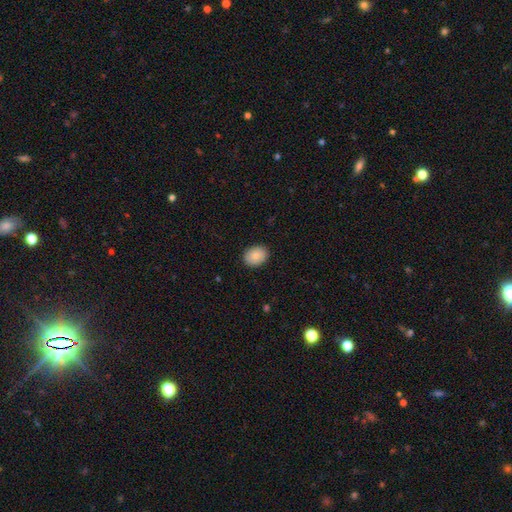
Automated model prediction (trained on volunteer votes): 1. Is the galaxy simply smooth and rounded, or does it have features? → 85% smooth, 7% featured or disk, 7% star or artifact.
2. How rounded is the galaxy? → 63% in between, 37% round, 1% cigar-shaped.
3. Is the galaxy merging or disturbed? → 89% none, 8% minor disturbance, 2% major disturbance, 1% merger.